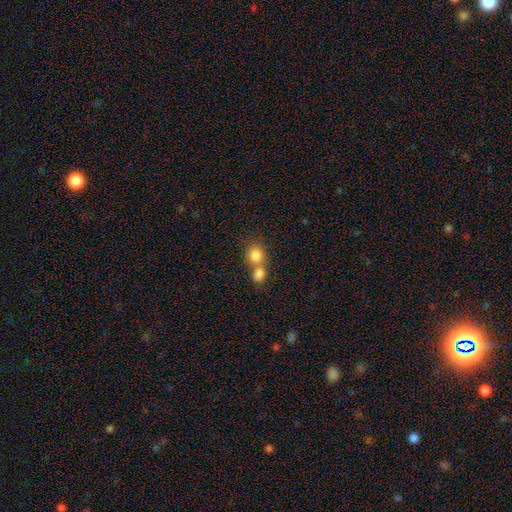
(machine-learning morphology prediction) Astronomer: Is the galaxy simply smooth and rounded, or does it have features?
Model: smooth — 82%.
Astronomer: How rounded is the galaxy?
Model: round — 73%.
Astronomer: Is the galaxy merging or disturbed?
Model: merger — 59%.